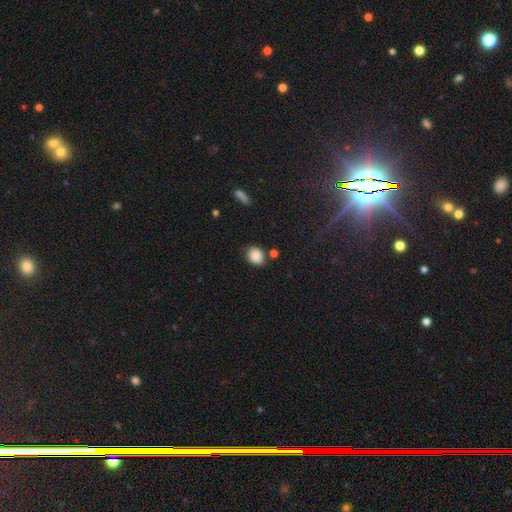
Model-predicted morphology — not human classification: A smooth galaxy with no disk features (86%) that is round (62%). Merging: none (76%).